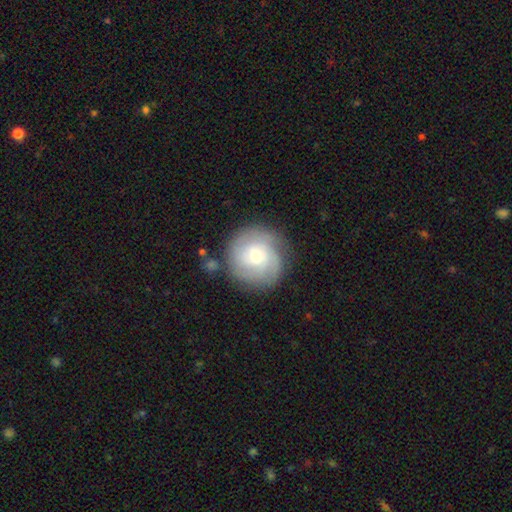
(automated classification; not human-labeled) Overall: featured or disk (67%). Edge-on disk: no (98%). Bar: no (70%). Spiral arms: yes (91%). Spiral arm count: 3 (31%; can't tell 30%). Spiral winding: tight (64%; medium 28%). Bulge size: small (52%; moderate 43%). Merging: none (80%).